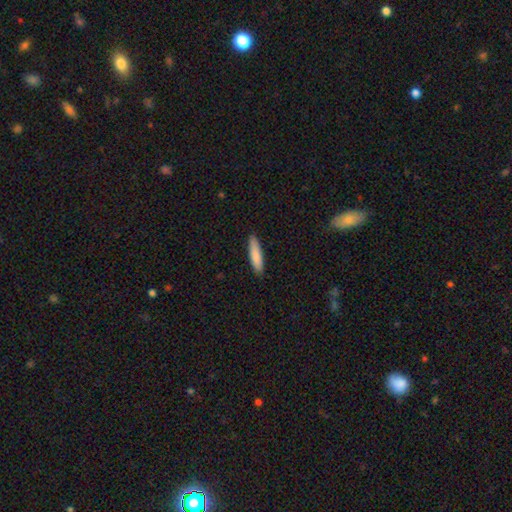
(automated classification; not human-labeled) smooth_or_featured: smooth (p=0.86) [alt: featured or disk p=0.08]
how_rounded: cigar-shaped (p=0.73) [alt: in between p=0.25]
merging: none (p=0.89) [alt: minor disturbance p=0.09]